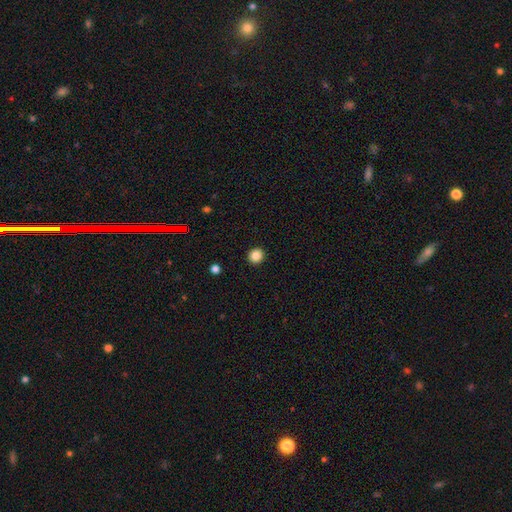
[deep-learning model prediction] Smooth or featured? Predicted: smooth (p=0.86). How rounded? Predicted: round (p=0.93). Merging? Predicted: none (p=0.93).